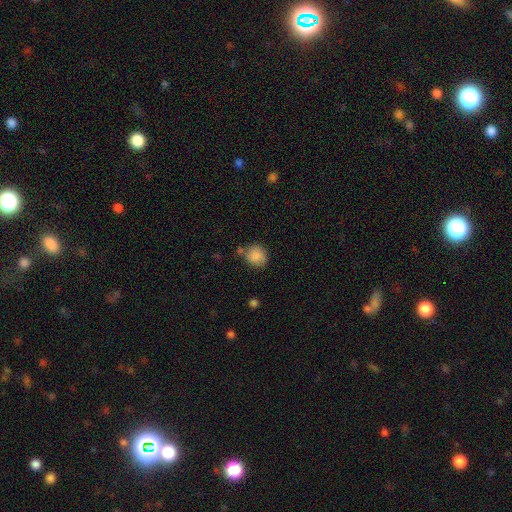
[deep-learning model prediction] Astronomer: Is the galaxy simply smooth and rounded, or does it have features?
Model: smooth — 86%.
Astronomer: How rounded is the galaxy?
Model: round — 80%.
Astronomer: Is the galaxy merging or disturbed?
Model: none — 66%.